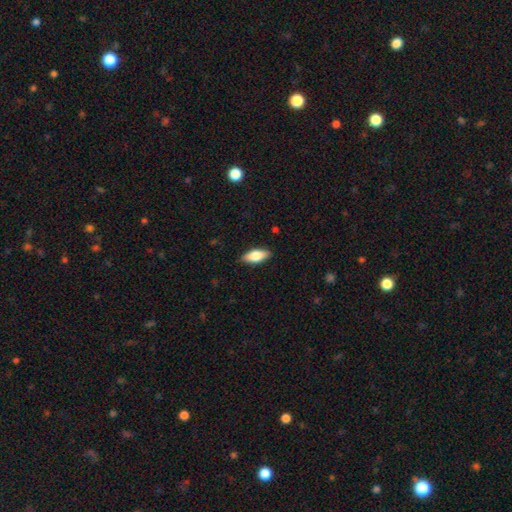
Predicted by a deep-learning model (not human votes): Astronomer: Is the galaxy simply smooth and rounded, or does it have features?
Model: smooth — 73%.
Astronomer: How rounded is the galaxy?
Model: in between — 83%.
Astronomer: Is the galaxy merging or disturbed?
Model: none — 87%.